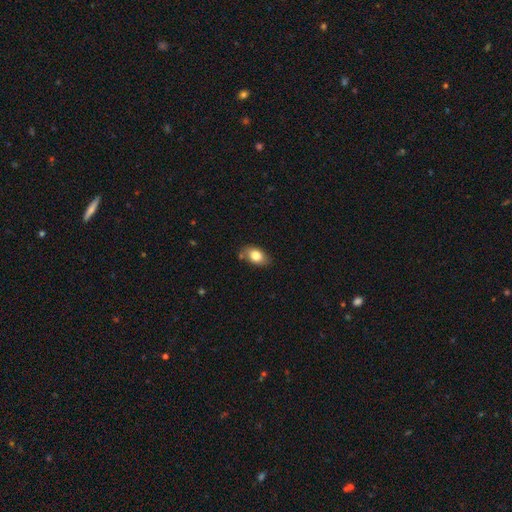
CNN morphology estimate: Q: Smooth or featured?
A: smooth (80%); runner-up: featured or disk (12%)
Q: How rounded?
A: in between (86%); runner-up: round (12%)
Q: Merging?
A: none (73%); runner-up: minor disturbance (19%)